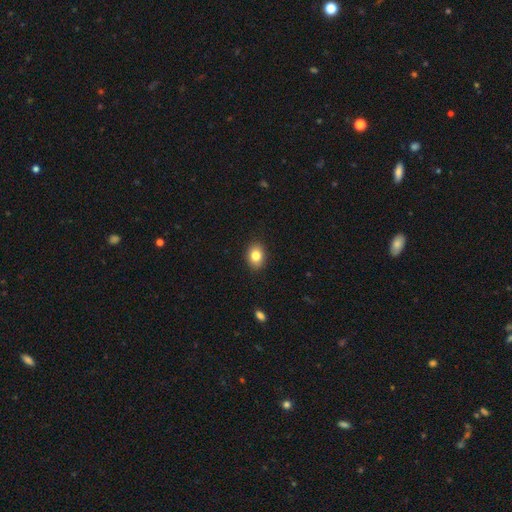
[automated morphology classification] A smooth galaxy with no disk features (83%) that is in between round and cigar-shaped (65%).

Vote fractions:
- Smooth or featured? smooth: 83% / star or artifact: 9% / featured or disk: 8%
- How rounded? in between: 65% / round: 34% / cigar-shaped: 1%
- Merging? none: 90% / minor disturbance: 8% / major disturbance: 2% / merger: 1%